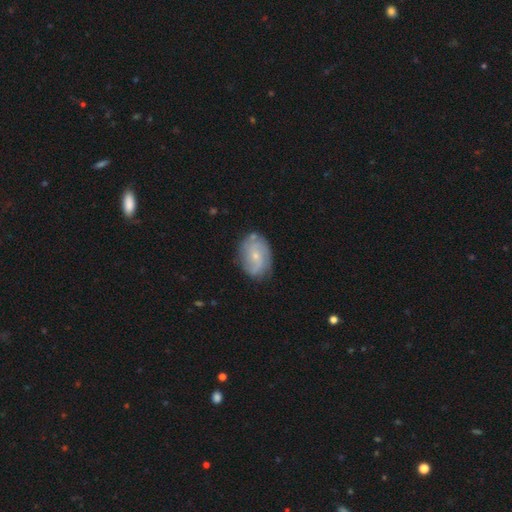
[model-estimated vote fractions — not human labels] smooth_or_featured: featured or disk (p=0.67) [alt: smooth p=0.26]
disk_edge_on: no (p=0.97) [alt: yes p=0.03]
bar: no (p=0.60) [alt: weak p=0.35]
has_spiral_arms: yes (p=0.87) [alt: no p=0.13]
spiral_winding: medium (p=0.41) [alt: tight p=0.32]
spiral_arm_count: 2 (p=0.48) [alt: can't tell p=0.28]
bulge_size: small (p=0.68) [alt: moderate p=0.27]
merging: none (p=0.74) [alt: minor disturbance p=0.19]